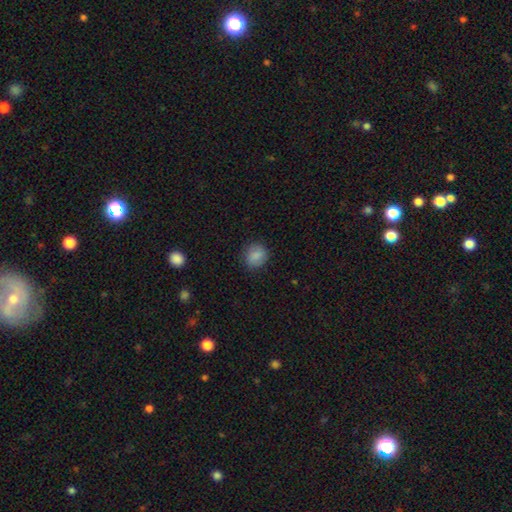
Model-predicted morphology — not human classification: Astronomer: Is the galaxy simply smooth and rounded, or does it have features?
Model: smooth — 84%.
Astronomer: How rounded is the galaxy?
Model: round — 78%.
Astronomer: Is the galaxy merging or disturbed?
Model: none — 84%.